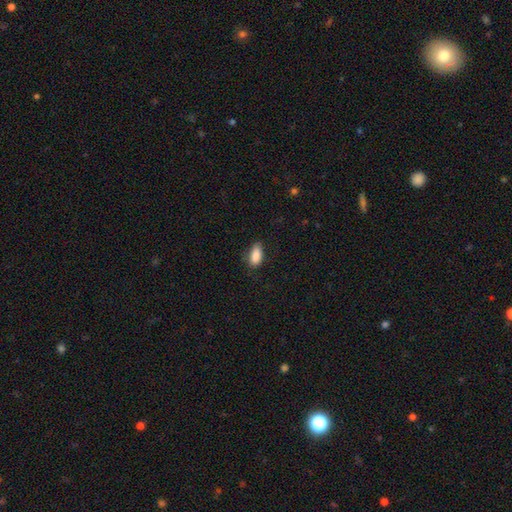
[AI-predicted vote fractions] Overall: smooth (88%). How rounded: in between (90%). Merging: none (72%).